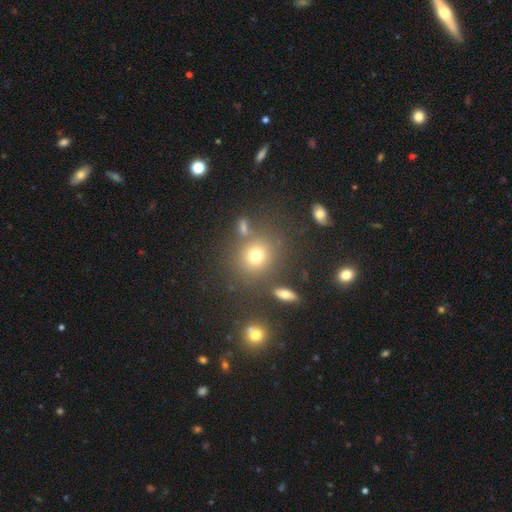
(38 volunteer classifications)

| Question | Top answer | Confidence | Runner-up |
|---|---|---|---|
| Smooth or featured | smooth | 84% | featured or disk (13%) |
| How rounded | round | 78% | in between (22%) |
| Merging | none | 68% | minor disturbance (14%) |